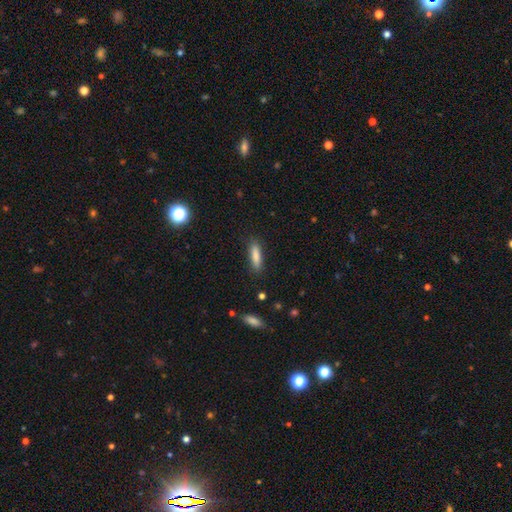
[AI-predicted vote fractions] Smooth or featured? smooth (83%)
How rounded? cigar-shaped (67%)
Merging? none (85%)